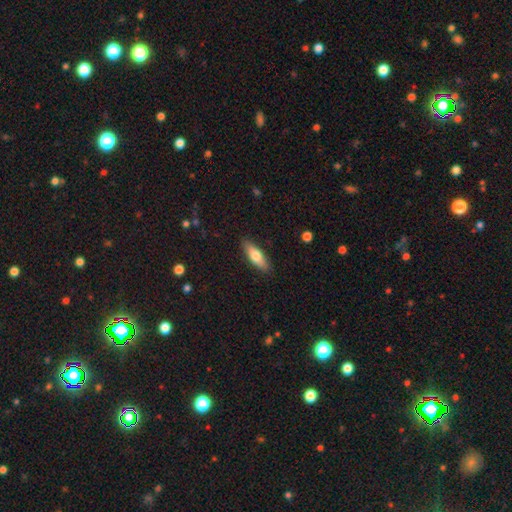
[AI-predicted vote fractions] Smooth or featured? smooth (68%)
How rounded? in between (55%)
Merging? none (88%)